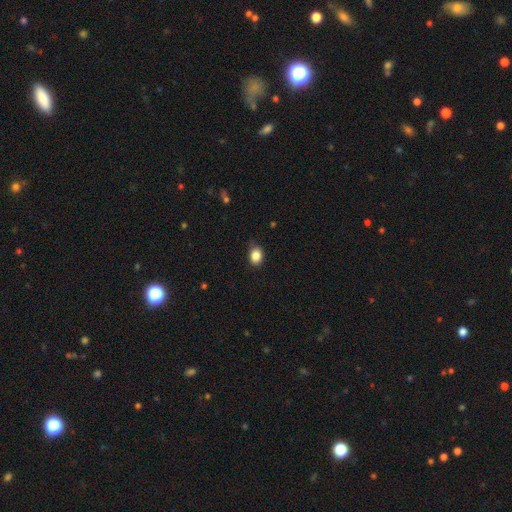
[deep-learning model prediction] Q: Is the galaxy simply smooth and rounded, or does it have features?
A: smooth — 86%.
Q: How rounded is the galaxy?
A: in between — 61%.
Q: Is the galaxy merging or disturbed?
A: none — 79%.